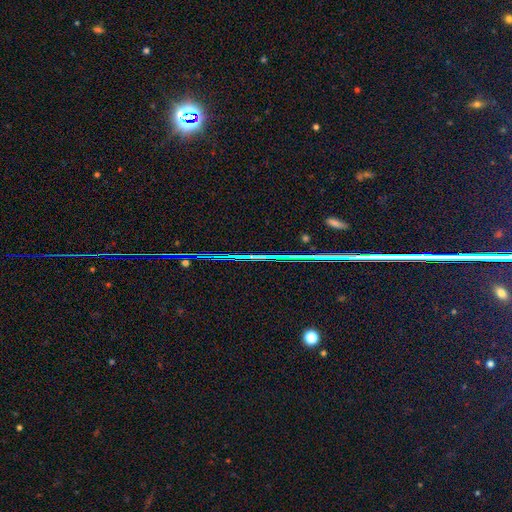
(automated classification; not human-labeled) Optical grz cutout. It shows a star or artifact, not a galaxy (87%).